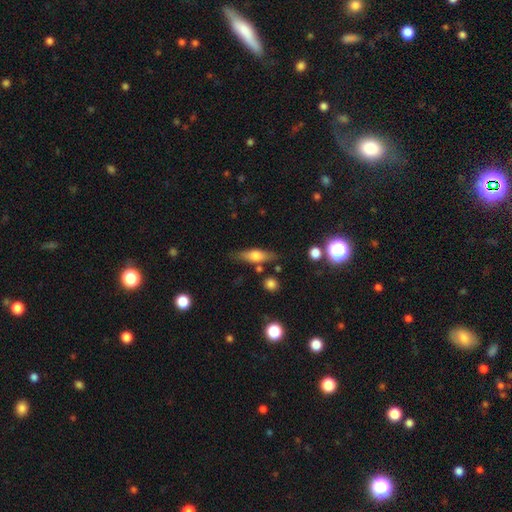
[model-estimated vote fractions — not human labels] Q: Smooth or featured?
A: smooth (55%); runner-up: featured or disk (38%)
Q: How rounded?
A: in between (49%); runner-up: cigar-shaped (47%)
Q: Merging?
A: none (76%); runner-up: minor disturbance (14%)